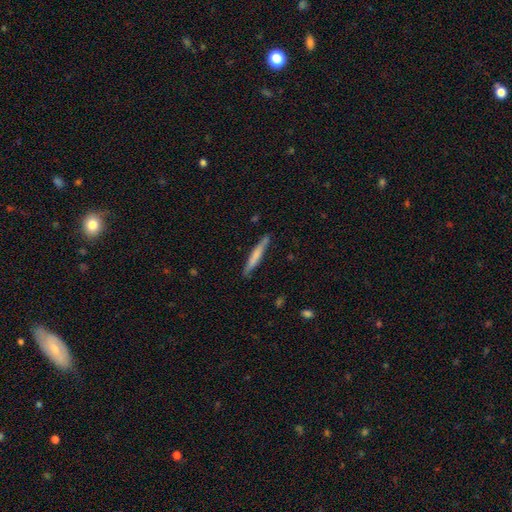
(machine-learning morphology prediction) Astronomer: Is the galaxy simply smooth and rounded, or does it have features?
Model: smooth — 61%.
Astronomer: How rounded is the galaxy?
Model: cigar-shaped — 95%.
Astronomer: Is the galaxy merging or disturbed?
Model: none — 87%.